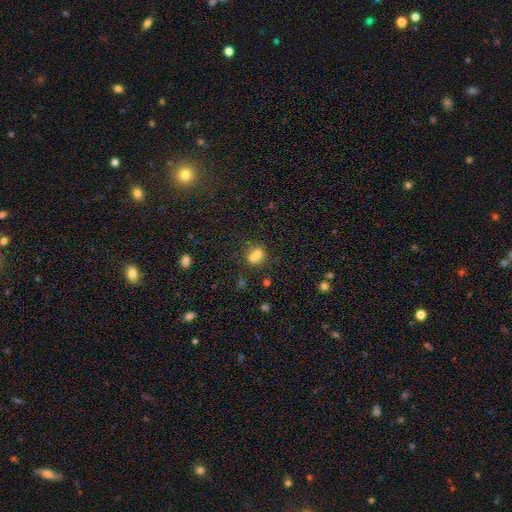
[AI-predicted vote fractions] A smooth galaxy with no disk features (66%) that is round (75%). Merging: merger (61%).